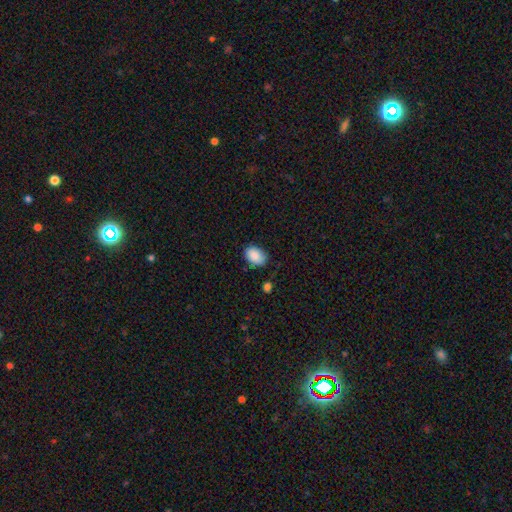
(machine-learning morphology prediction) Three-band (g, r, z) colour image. It shows a smooth galaxy with no disk features (89%) that is in between round and cigar-shaped (84%). Merging: none (78%).